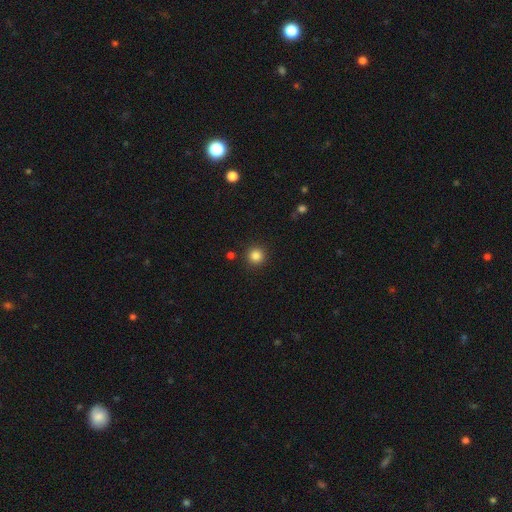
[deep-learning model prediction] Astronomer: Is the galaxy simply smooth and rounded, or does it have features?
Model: smooth — 85%.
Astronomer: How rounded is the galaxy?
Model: round — 95%.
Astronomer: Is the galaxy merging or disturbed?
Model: none — 91%.